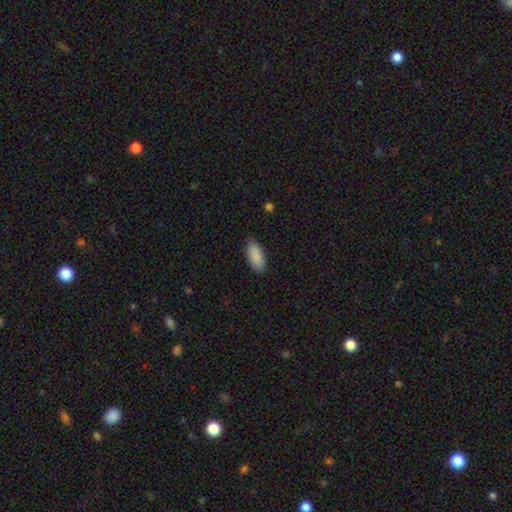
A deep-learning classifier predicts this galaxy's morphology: A smooth galaxy with no disk features (89%) that is in between round and cigar-shaped (85%).

Vote fractions:
- Smooth or featured? smooth: 89% / star or artifact: 6% / featured or disk: 5%
- How rounded? in between: 85% / cigar-shaped: 13% / round: 2%
- Merging? none: 87% / minor disturbance: 10% / major disturbance: 2% / merger: 1%